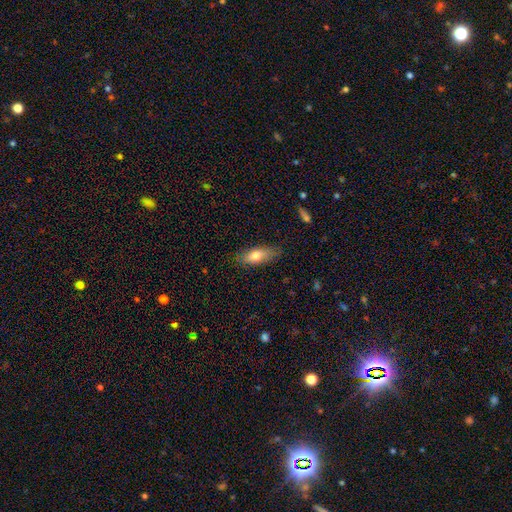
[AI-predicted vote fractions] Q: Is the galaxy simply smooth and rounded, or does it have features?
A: smooth — 74%.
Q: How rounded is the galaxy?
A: in between — 74%.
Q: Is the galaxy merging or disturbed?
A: none — 76%.